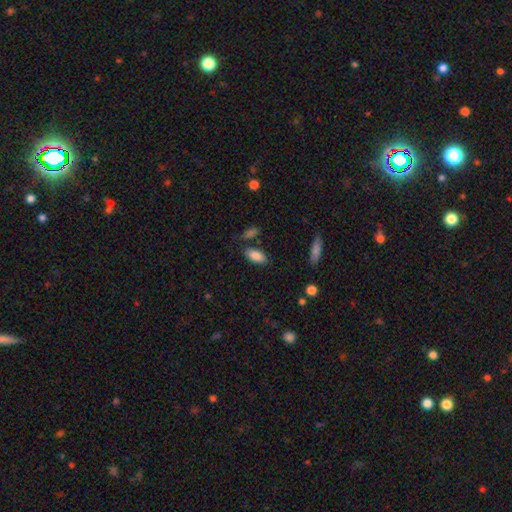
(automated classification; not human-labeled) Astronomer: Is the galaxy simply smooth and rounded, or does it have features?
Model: smooth — 87%.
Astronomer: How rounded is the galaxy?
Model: in between — 90%.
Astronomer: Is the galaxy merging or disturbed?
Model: none — 80%.